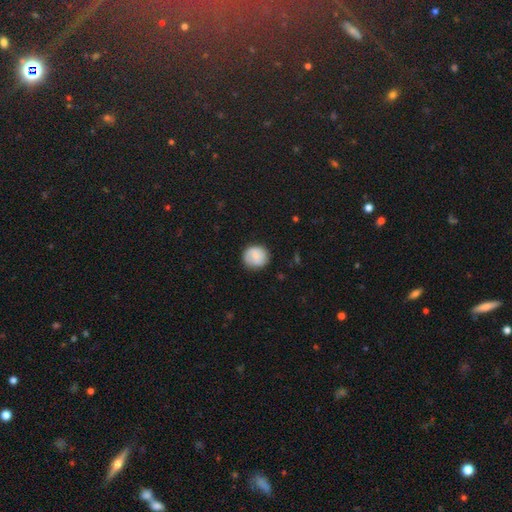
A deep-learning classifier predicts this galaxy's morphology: smooth_or_featured: smooth (p=0.79) [alt: featured or disk p=0.14]
how_rounded: round (p=0.90) [alt: in between p=0.09]
merging: none (p=0.83) [alt: minor disturbance p=0.13]